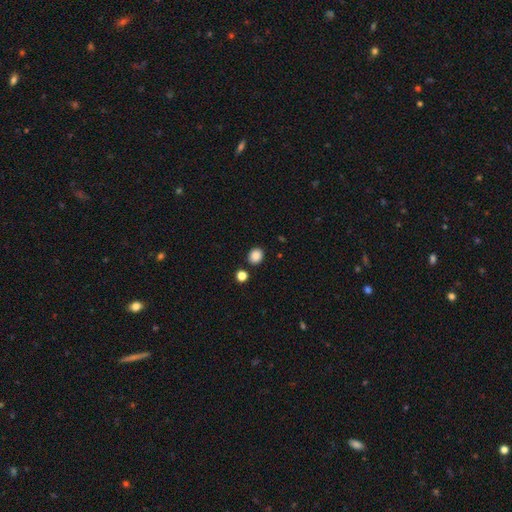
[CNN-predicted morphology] Smooth or featured?
  - smooth: 86% *
  - star or artifact: 10%
  - featured or disk: 4%
How rounded?
  - round: 68% *
  - in between: 31%
  - cigar-shaped: 1%
Merging?
  - none: 86% *
  - minor disturbance: 8%
  - merger: 4%
  - major disturbance: 2%